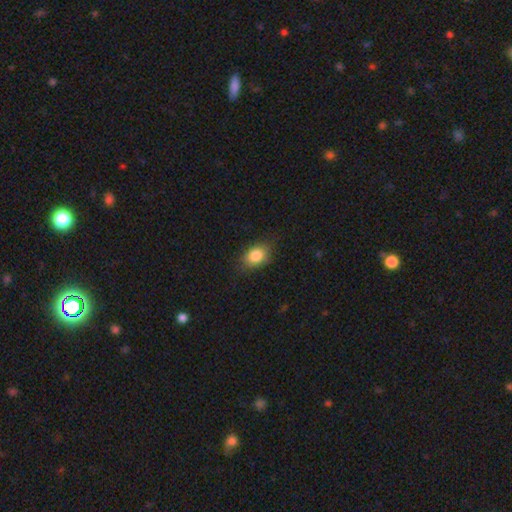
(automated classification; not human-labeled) A smooth galaxy with no disk features (84%) that is in between round and cigar-shaped (78%). Merging: none (78%).